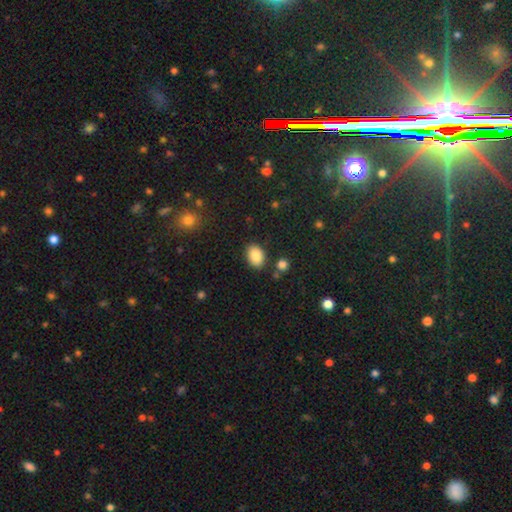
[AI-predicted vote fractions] smooth 86%, star or artifact 8%, featured or disk 6%. Down the decision tree: how rounded — in between (80%); merging — none (84%).